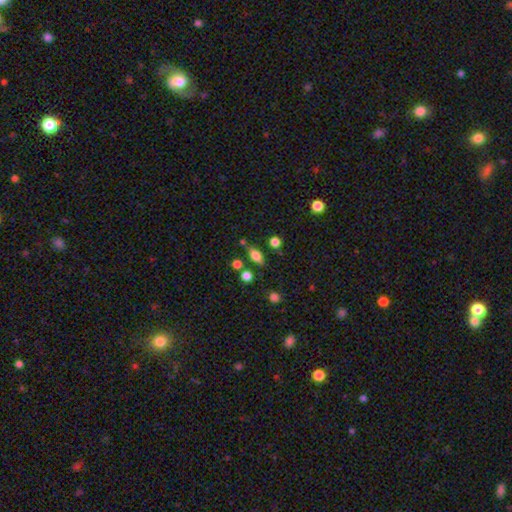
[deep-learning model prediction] Overall: smooth (72%). How rounded: in between (78%). Merging: none (75%).